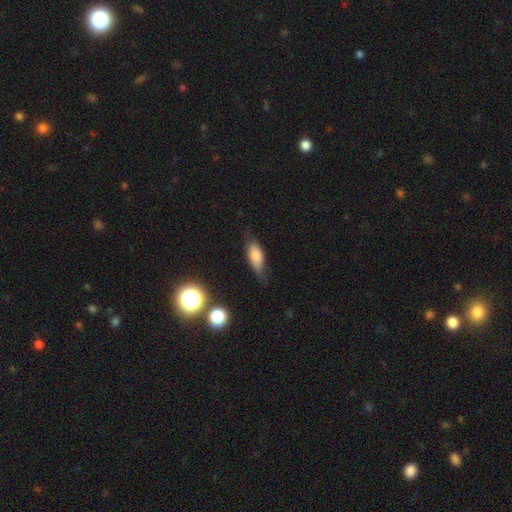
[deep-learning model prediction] smooth-or-featured: smooth: 71% | featured or disk: 20% | star or artifact: 9%
  how-rounded: in between: 69% | cigar-shaped: 27% | round: 4%
  merging: none: 61% | minor disturbance: 29% | major disturbance: 8% | merger: 2%